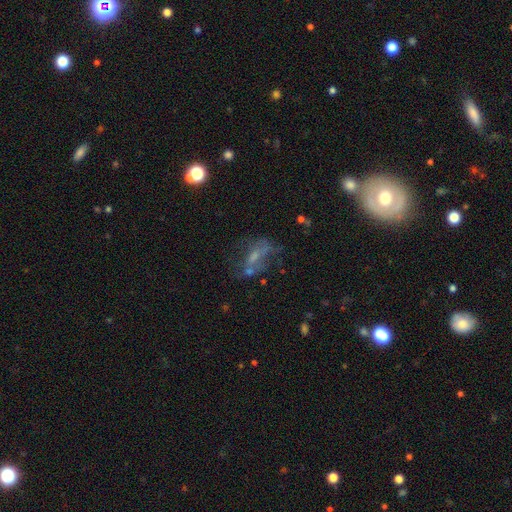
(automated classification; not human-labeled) Smooth or featured: featured or disk — 51% (smooth — 30%)
Edge-on disk: no — 90% (yes — 10%)
Merging: none — 39% (major disturbance — 30%)